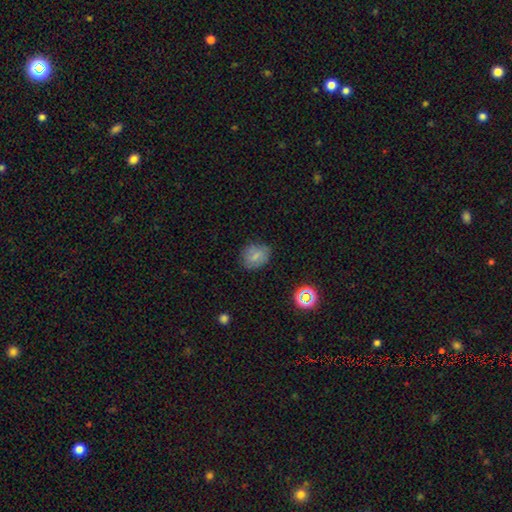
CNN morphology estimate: smooth_or_featured: smooth (p=0.73) [alt: star or artifact p=0.14]
how_rounded: round (p=0.52) [alt: in between p=0.47]
merging: none (p=0.75) [alt: minor disturbance p=0.18]